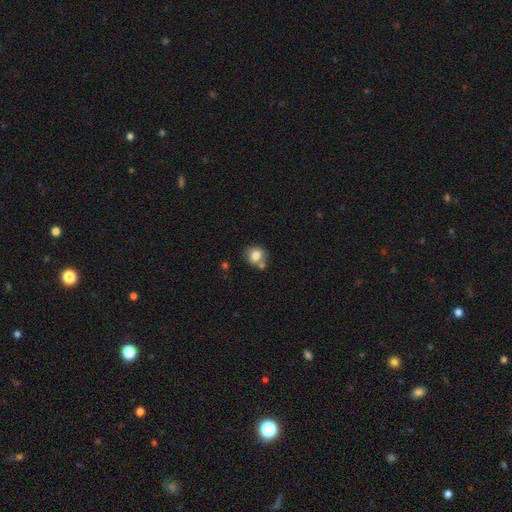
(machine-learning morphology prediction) This appears to be a smooth galaxy with no disk features (79%) that is round (76%). Merging: none (59%).